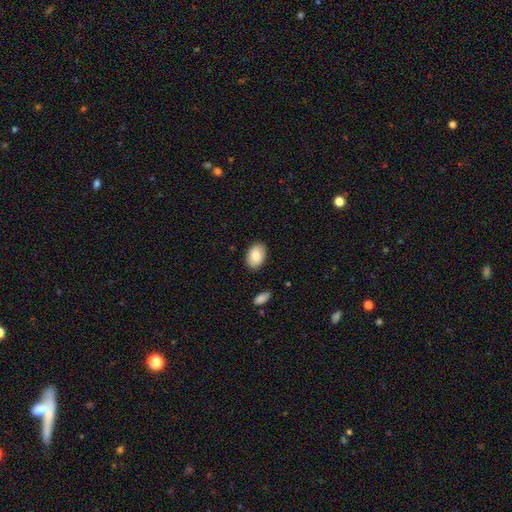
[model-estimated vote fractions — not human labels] Smooth or featured: smooth — 83% (featured or disk — 10%)
How rounded: in between — 90% (round — 9%)
Merging: none — 86% (minor disturbance — 10%)